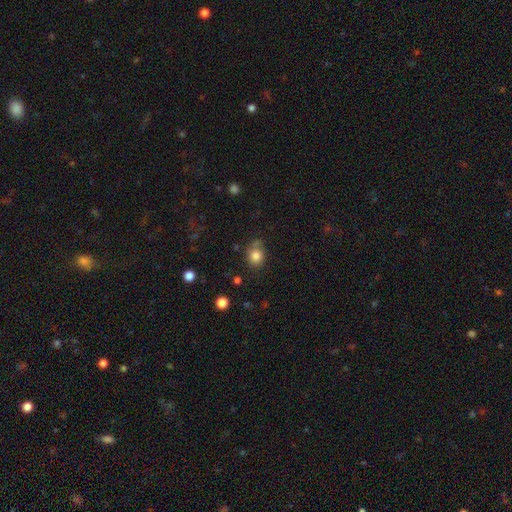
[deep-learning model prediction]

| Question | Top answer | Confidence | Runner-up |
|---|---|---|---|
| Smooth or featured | smooth | 82% | star or artifact (11%) |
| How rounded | round | 69% | in between (30%) |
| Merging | none | 66% | minor disturbance (21%) |